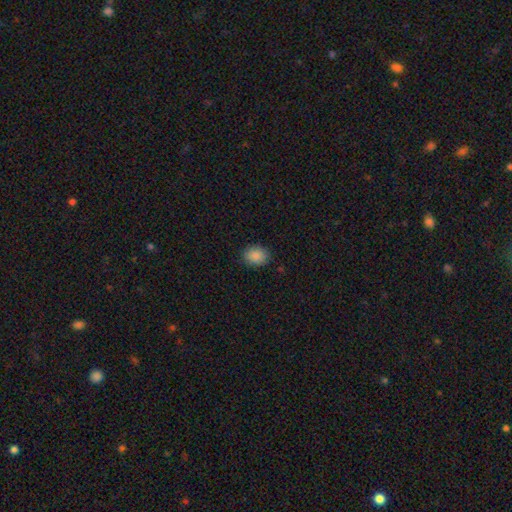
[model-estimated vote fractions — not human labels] smooth 88%, star or artifact 9%, featured or disk 3%. Down the decision tree: how rounded — in between (50%); merging — none (88%).